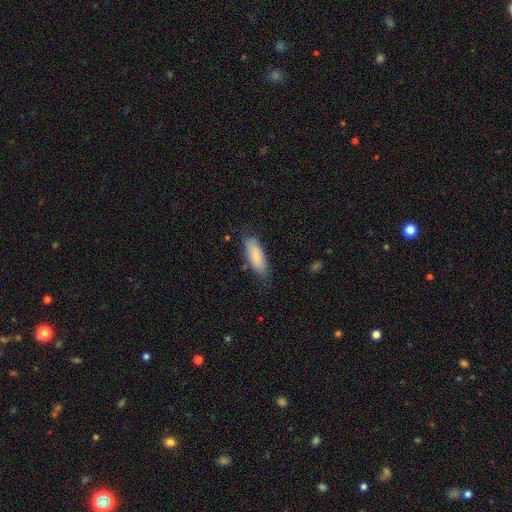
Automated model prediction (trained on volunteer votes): A smooth galaxy with no disk features (81%) that is in between round and cigar-shaped (70%). Merging: none (71%).